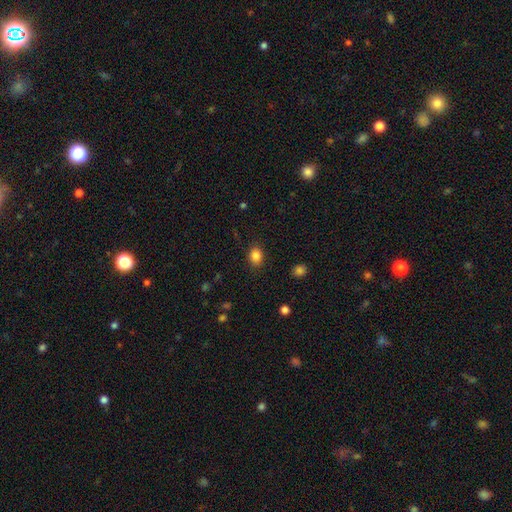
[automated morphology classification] A smooth galaxy with no disk features (85%) that is in between round and cigar-shaped (59%).

Vote fractions:
- Smooth or featured? smooth: 85% / star or artifact: 10% / featured or disk: 5%
- How rounded? in between: 59% / round: 40% / cigar-shaped: 1%
- Merging? none: 87% / minor disturbance: 9% / major disturbance: 3% / merger: 1%